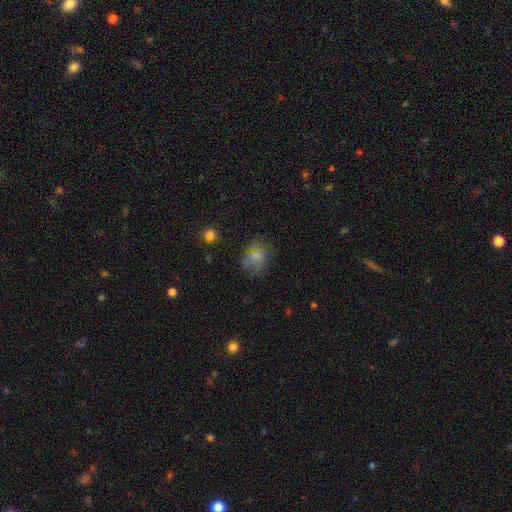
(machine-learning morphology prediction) A smooth galaxy with no disk features (66%) that is round (52%). Merging: none (58%).